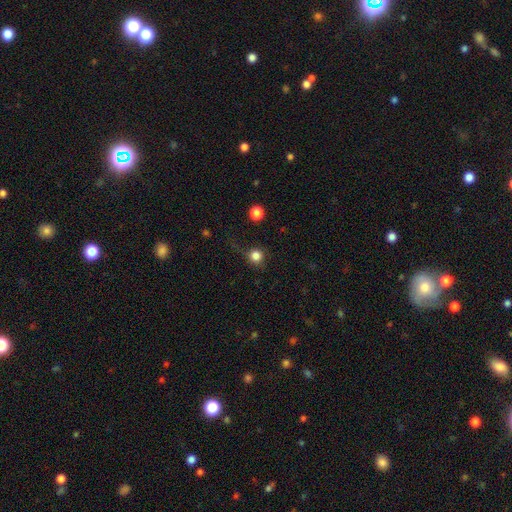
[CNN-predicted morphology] Q: Smooth or featured?
A: smooth (82%); runner-up: star or artifact (12%)
Q: How rounded?
A: round (93%); runner-up: in between (6%)
Q: Merging?
A: none (71%); runner-up: minor disturbance (16%)